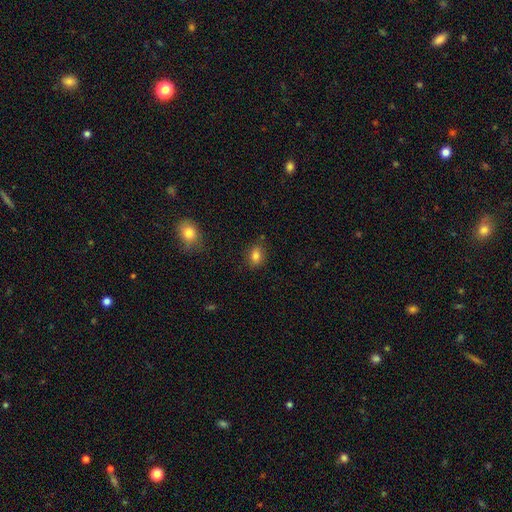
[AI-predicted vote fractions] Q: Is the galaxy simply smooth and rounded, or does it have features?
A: smooth — 81%.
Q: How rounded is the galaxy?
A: in between — 66%.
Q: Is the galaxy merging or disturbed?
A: none — 82%.